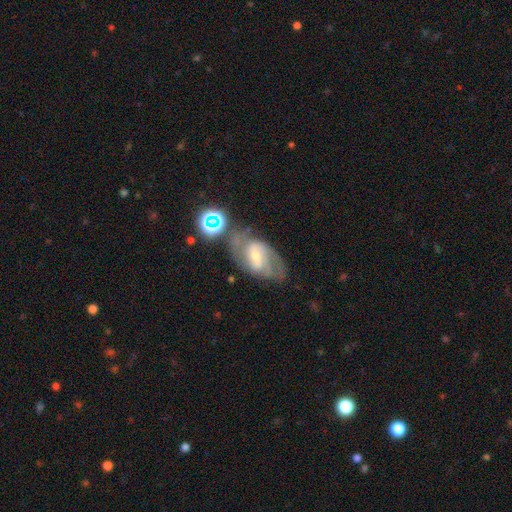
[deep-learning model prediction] The model was most divided on "spiral winding": medium: 51%, tight: 29%, loose: 20%. More confident: edge-on disk — no (95%); spiral arms — yes (91%); smooth or featured — featured or disk (76%); spiral arm count — 2 (71%); bulge size — small (59%); merging — none (55%); bar — weak (52%).